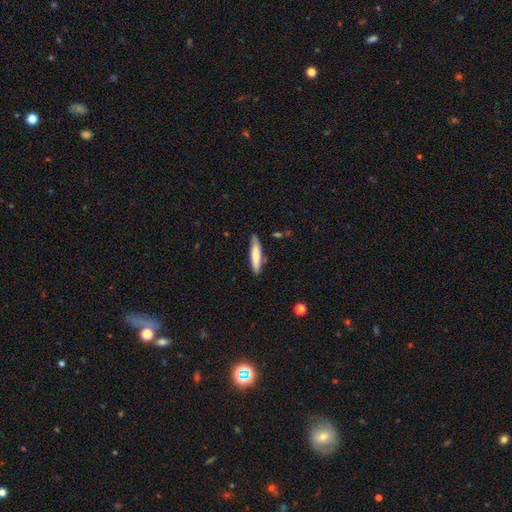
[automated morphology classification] The model was most divided on "smooth or featured": smooth: 76%, featured or disk: 18%, star or artifact: 5%. More confident: merging — none (85%); how rounded — cigar-shaped (82%).